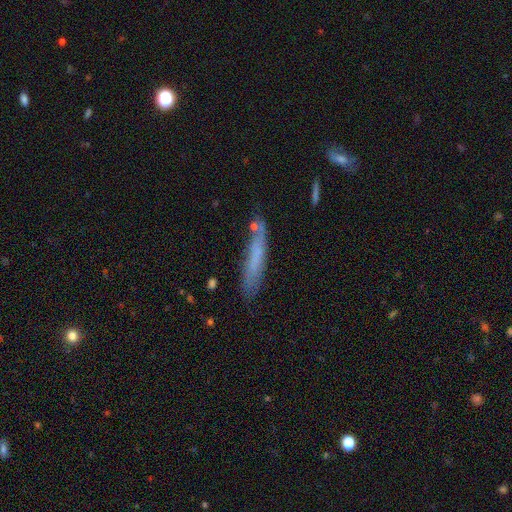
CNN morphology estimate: Smooth or featured?
  - smooth: 61% *
  - featured or disk: 31%
  - star or artifact: 8%
How rounded?
  - cigar-shaped: 91% *
  - in between: 7%
  - round: 1%
Merging?
  - none: 72% *
  - minor disturbance: 18%
  - merger: 5%
  - major disturbance: 5%